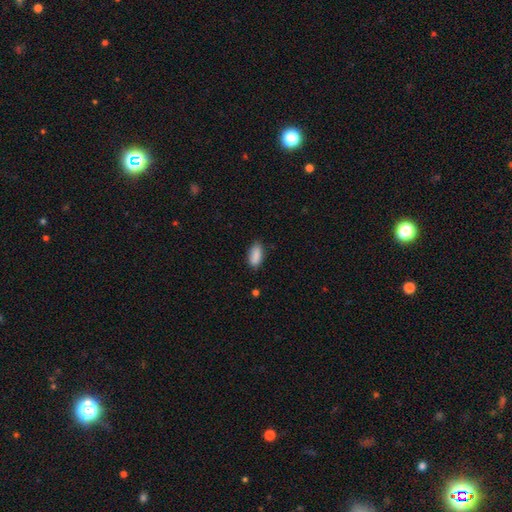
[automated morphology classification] Smooth or featured?
  - smooth: 88% *
  - star or artifact: 7%
  - featured or disk: 5%
How rounded?
  - in between: 88% *
  - cigar-shaped: 9%
  - round: 3%
Merging?
  - none: 79% *
  - minor disturbance: 17%
  - major disturbance: 3%
  - merger: 2%